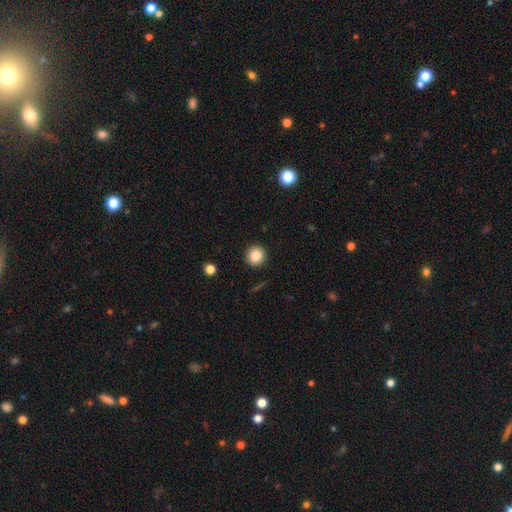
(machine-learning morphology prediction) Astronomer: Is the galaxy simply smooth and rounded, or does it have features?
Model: smooth — 85%.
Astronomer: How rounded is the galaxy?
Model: round — 93%.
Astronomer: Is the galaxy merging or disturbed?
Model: none — 92%.